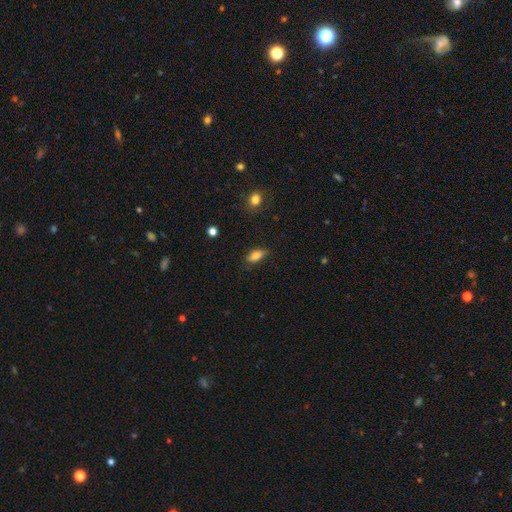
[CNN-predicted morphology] Overall: smooth (80%). How rounded: in between (82%). Merging: none (70%).